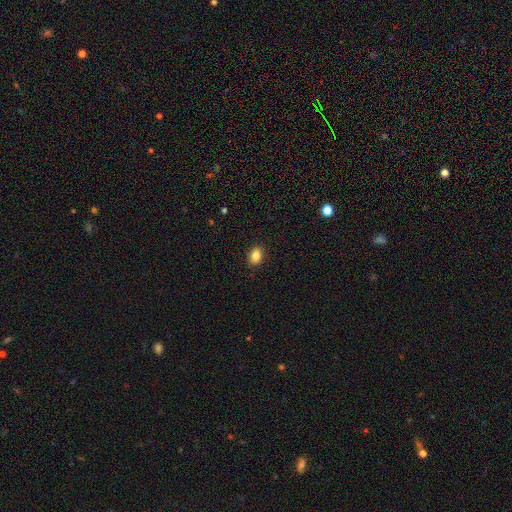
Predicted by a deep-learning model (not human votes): A smooth galaxy with no disk features (85%) that is in between round and cigar-shaped (75%).

Vote fractions:
- Smooth or featured? smooth: 85% / star or artifact: 9% / featured or disk: 6%
- How rounded? in between: 75% / round: 24% / cigar-shaped: 1%
- Merging? none: 89% / minor disturbance: 8% / major disturbance: 2% / merger: 1%